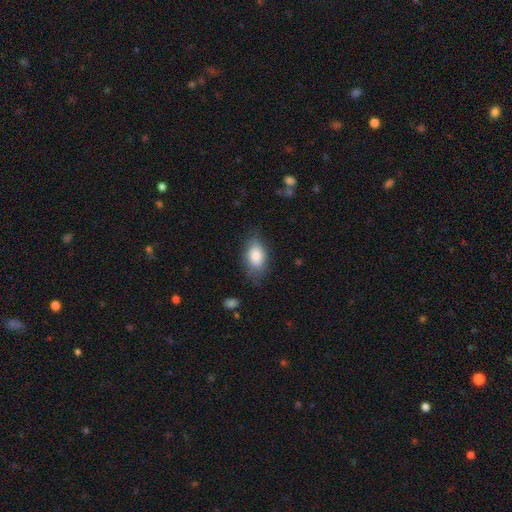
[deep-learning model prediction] This appears to be a smooth galaxy with no disk features (84%) that is in between round and cigar-shaped (90%). Merging: none (72%).